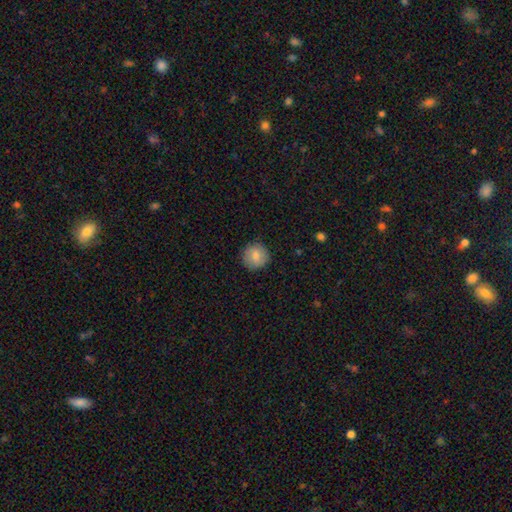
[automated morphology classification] smooth_or_featured: smooth (p=0.82) [alt: featured or disk p=0.10]
how_rounded: round (p=0.95) [alt: in between p=0.04]
merging: none (p=0.90) [alt: minor disturbance p=0.07]